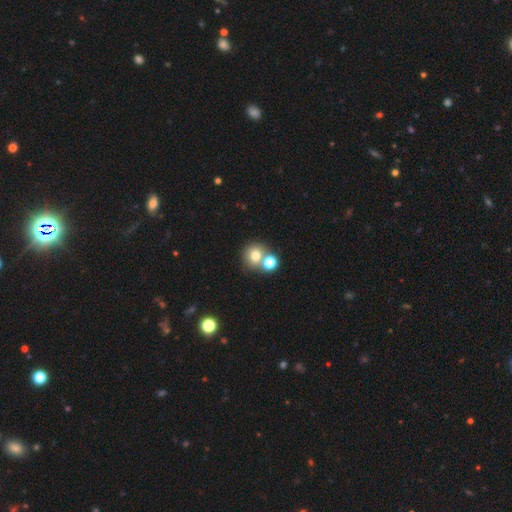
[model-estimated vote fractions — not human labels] A smooth galaxy with no disk features (74%) that is round (85%).

Vote fractions:
- Smooth or featured? smooth: 74% / star or artifact: 14% / featured or disk: 12%
- How rounded? round: 85% / in between: 14% / cigar-shaped: 1%
- Merging? none: 48% / merger: 41% / minor disturbance: 7% / major disturbance: 3%